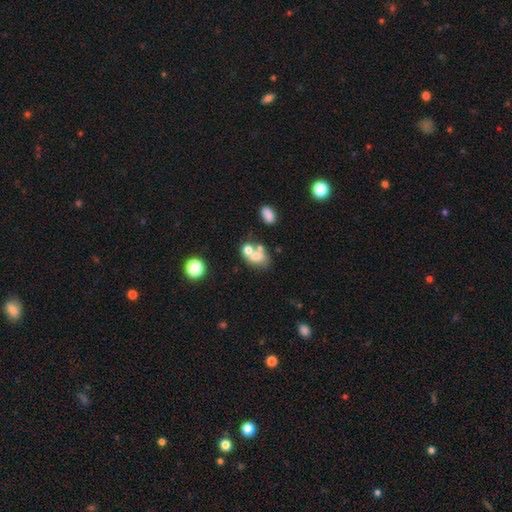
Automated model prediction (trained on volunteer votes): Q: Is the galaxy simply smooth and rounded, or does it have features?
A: smooth — 62%.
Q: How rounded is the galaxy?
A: in between — 56%.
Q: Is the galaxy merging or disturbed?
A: merger — 54%.